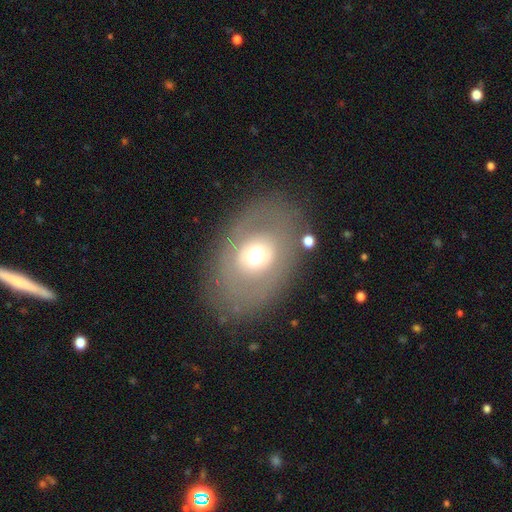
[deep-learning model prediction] A smooth galaxy with no disk features (49%).

Vote fractions:
- Smooth or featured? smooth: 49% / featured or disk: 41% / star or artifact: 10%
- Merging? none: 78% / minor disturbance: 11% / major disturbance: 8% / merger: 3%